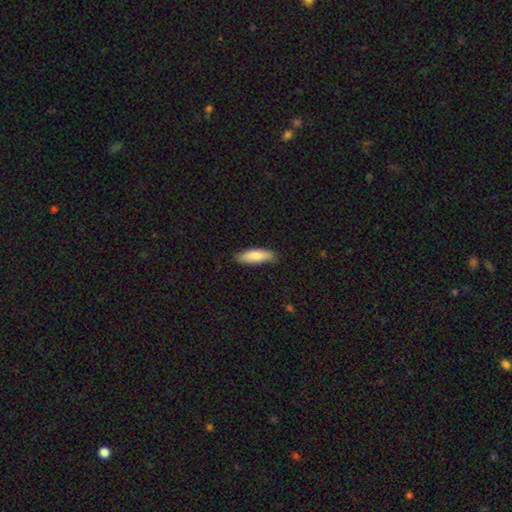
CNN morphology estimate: Overall: smooth (84%). How rounded: cigar-shaped (54%; in between 44%). Merging: none (82%).